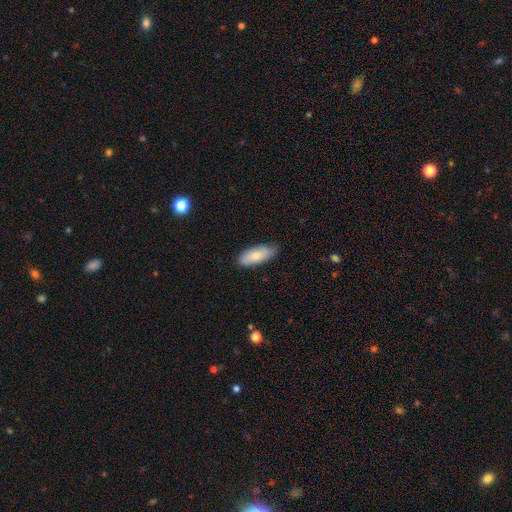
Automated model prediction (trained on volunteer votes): Q: Smooth or featured?
A: smooth (81%); runner-up: featured or disk (13%)
Q: How rounded?
A: in between (77%); runner-up: cigar-shaped (21%)
Q: Merging?
A: none (84%); runner-up: minor disturbance (13%)